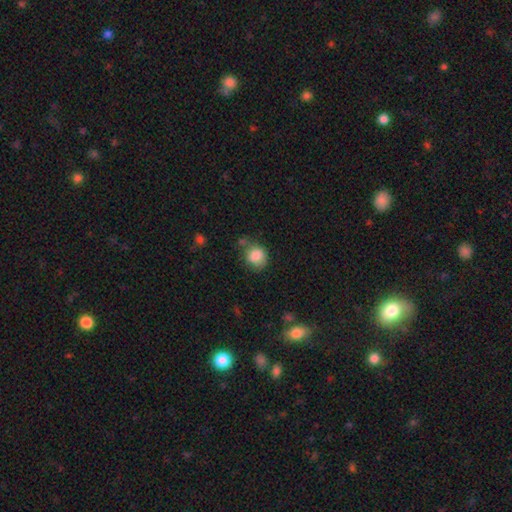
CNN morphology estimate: smooth 84%, star or artifact 9%, featured or disk 7%. Down the decision tree: how rounded — round (75%); merging — none (66%).